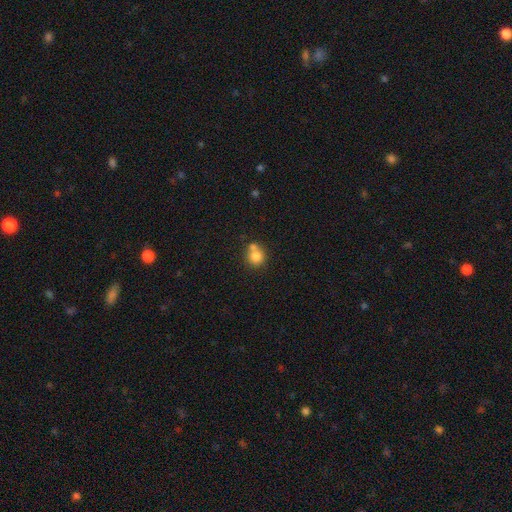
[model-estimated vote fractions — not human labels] Q: Smooth or featured?
A: smooth (79%); runner-up: featured or disk (11%)
Q: How rounded?
A: round (84%); runner-up: in between (15%)
Q: Merging?
A: none (46%); runner-up: merger (39%)